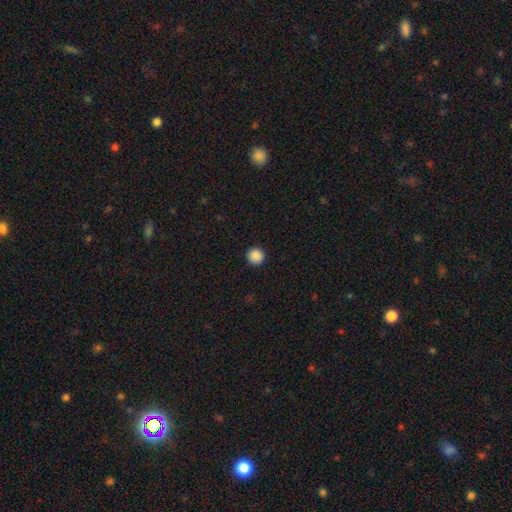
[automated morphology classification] Smooth or featured? Predicted: smooth (p=0.89). How rounded? Predicted: round (p=0.96). Merging? Predicted: none (p=0.93).